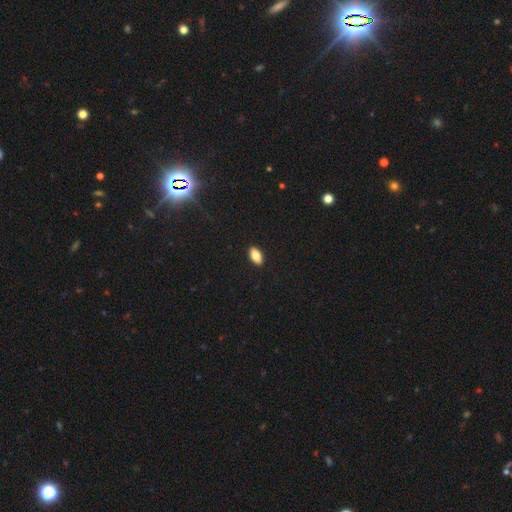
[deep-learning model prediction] Smooth or featured: smooth — 82% (featured or disk — 10%)
How rounded: in between — 91% (cigar-shaped — 5%)
Merging: none — 90% (minor disturbance — 7%)